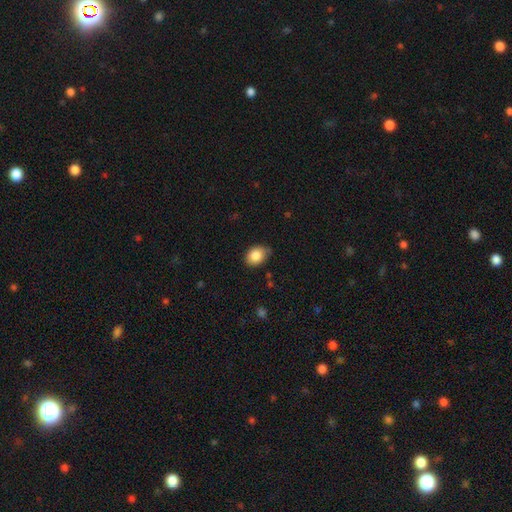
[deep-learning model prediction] Q: Smooth or featured?
A: smooth (84%); runner-up: star or artifact (8%)
Q: How rounded?
A: in between (66%); runner-up: round (33%)
Q: Merging?
A: none (74%); runner-up: minor disturbance (21%)